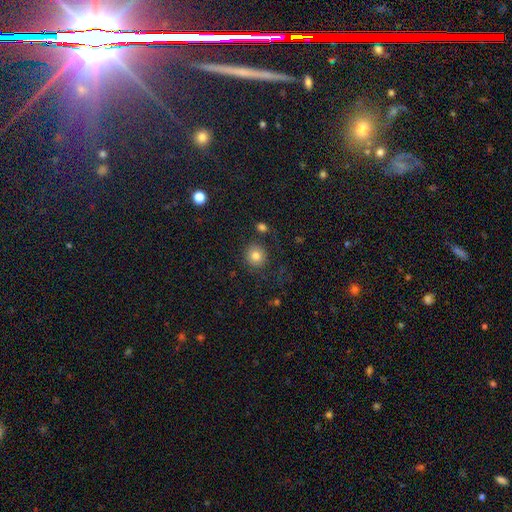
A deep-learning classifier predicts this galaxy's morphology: type=smooth (81%); roundness=round (90%); merging=none (82%).